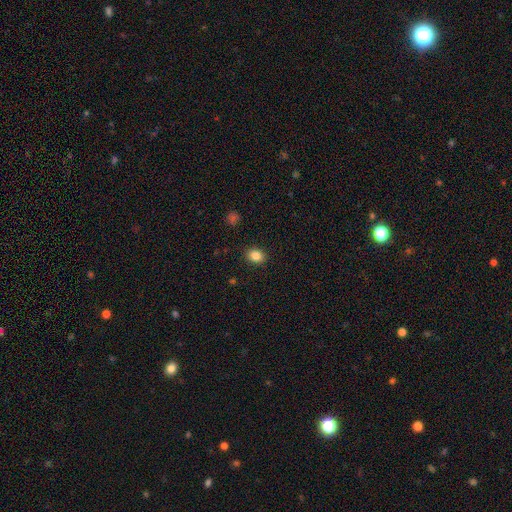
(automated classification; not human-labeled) Q: Smooth or featured?
A: smooth (85%); runner-up: star or artifact (10%)
Q: How rounded?
A: in between (54%); runner-up: round (45%)
Q: Merging?
A: none (90%); runner-up: minor disturbance (7%)